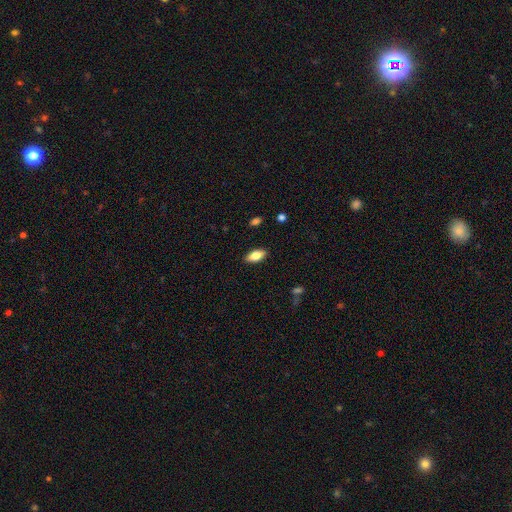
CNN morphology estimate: smooth-or-featured: smooth: 80% | featured or disk: 13% | star or artifact: 7%
  how-rounded: in between: 88% | cigar-shaped: 9% | round: 3%
  merging: none: 88% | minor disturbance: 9% | major disturbance: 2% | merger: 1%